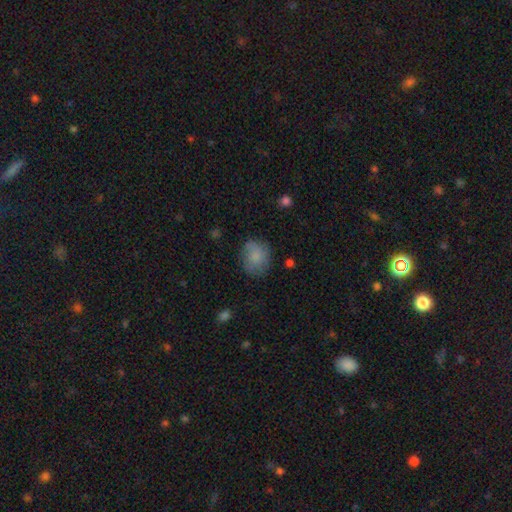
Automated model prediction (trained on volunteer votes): Smooth or featured?
  - smooth: 81% *
  - featured or disk: 11%
  - star or artifact: 8%
How rounded?
  - round: 61% *
  - in between: 38%
  - cigar-shaped: 1%
Merging?
  - none: 68% *
  - minor disturbance: 22%
  - major disturbance: 8%
  - merger: 2%